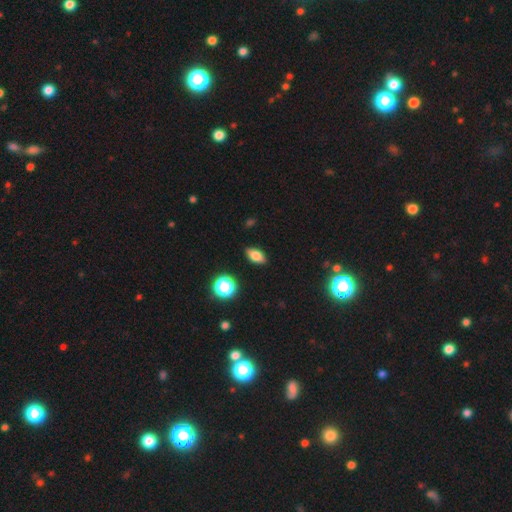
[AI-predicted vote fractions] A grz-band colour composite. It shows a smooth galaxy with no disk features (78%) that is in between round and cigar-shaped (86%). Merging: none (88%).